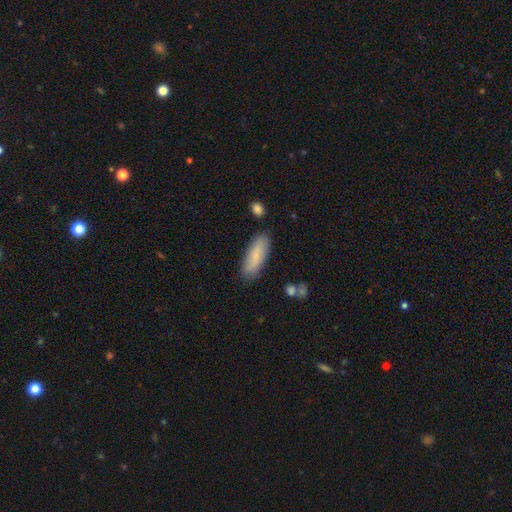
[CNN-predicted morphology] This is clearly a smooth galaxy (82%). How rounded: likely in between (63%). Merging: clearly none (82%).